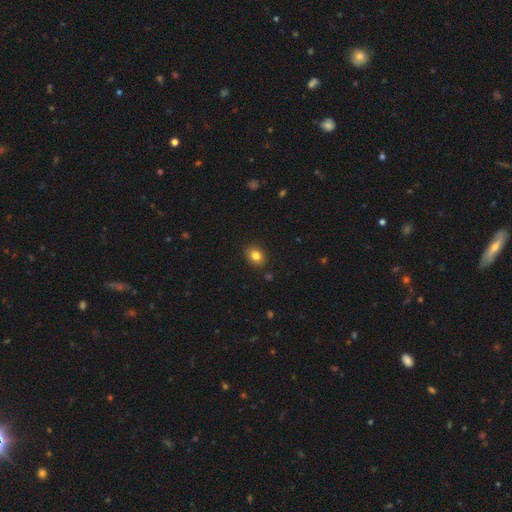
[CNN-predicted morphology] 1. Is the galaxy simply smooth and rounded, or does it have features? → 83% smooth, 11% star or artifact, 7% featured or disk.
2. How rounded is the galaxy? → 54% in between, 45% round, 1% cigar-shaped.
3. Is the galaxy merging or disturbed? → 88% none, 8% minor disturbance, 2% major disturbance, 1% merger.